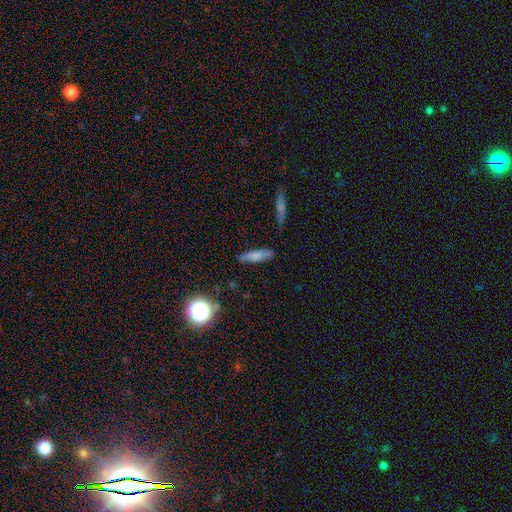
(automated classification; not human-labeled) Overall: smooth (74%). How rounded: cigar-shaped (70%). Merging: none (81%).